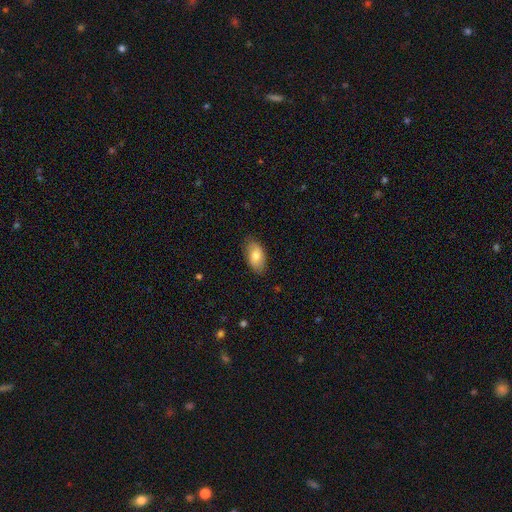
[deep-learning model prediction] A smooth galaxy with no disk features (76%) that is in between round and cigar-shaped (94%).

Vote fractions:
- Smooth or featured? smooth: 76% / featured or disk: 18% / star or artifact: 6%
- How rounded? in between: 94% / round: 4% / cigar-shaped: 2%
- Merging? none: 82% / minor disturbance: 14% / major disturbance: 3% / merger: 1%